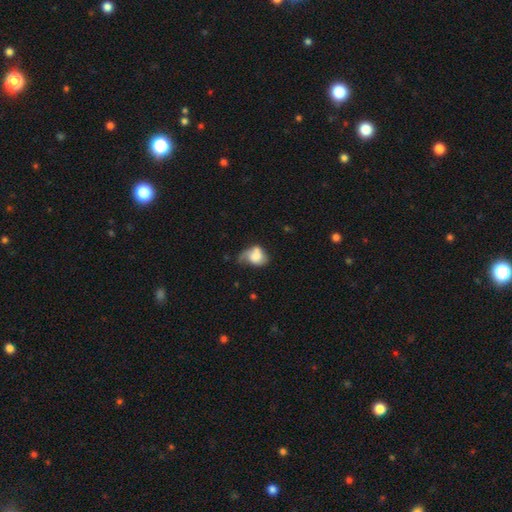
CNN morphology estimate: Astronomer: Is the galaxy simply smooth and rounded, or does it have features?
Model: smooth — 63%.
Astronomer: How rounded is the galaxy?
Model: in between — 64%.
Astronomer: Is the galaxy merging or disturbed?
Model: minor disturbance — 29% (runner-up: major disturbance, 28%).